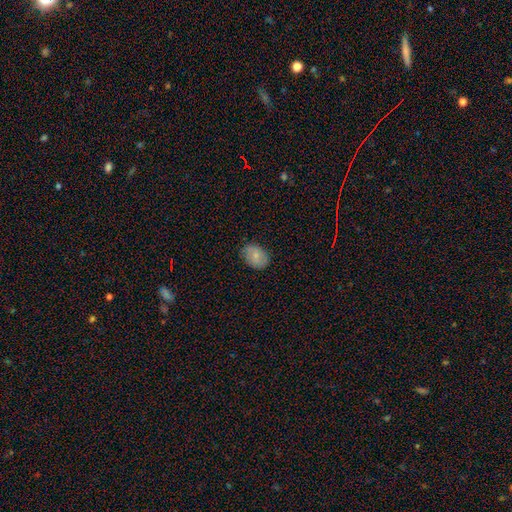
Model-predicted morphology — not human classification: Smooth or featured? smooth (76%)
How rounded? in between (74%)
Merging? none (82%)